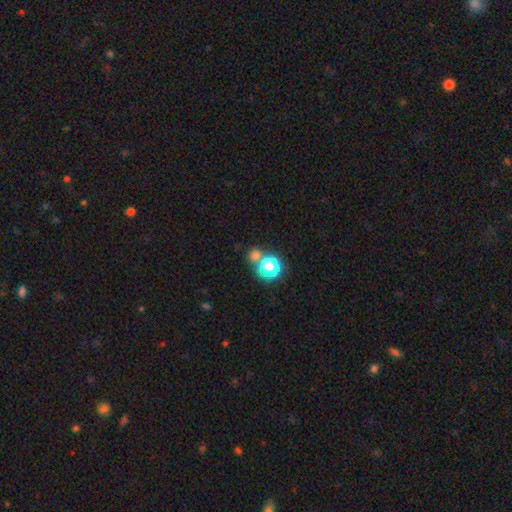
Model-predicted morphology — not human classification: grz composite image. It shows a smooth galaxy with no disk features (69%) that is round (83%). Merging: none (61%).